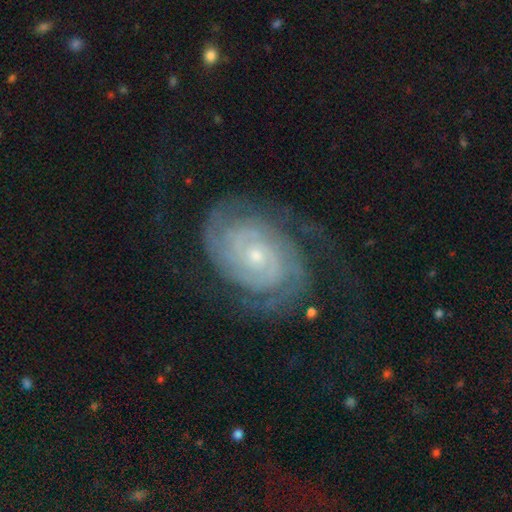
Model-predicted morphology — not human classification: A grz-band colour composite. It shows a featured or disk galaxy (90%) with no bar (73%), 2 (53%) tight (77%) spiral arms (98%) and a small central bulge (71%). Merging: none (74%).